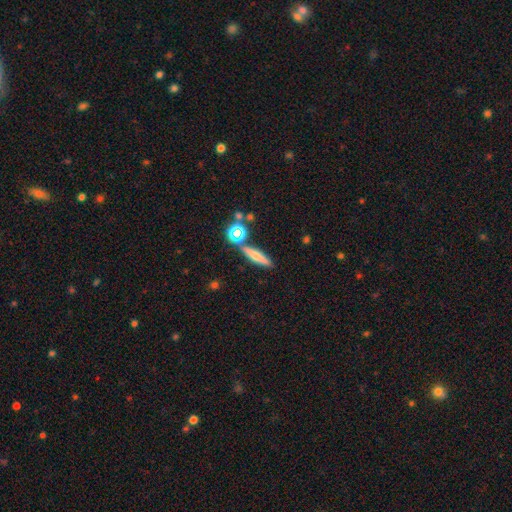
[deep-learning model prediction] This appears to be a smooth galaxy with no disk features (59%) that is cigar-shaped (76%). Merging: none (78%).